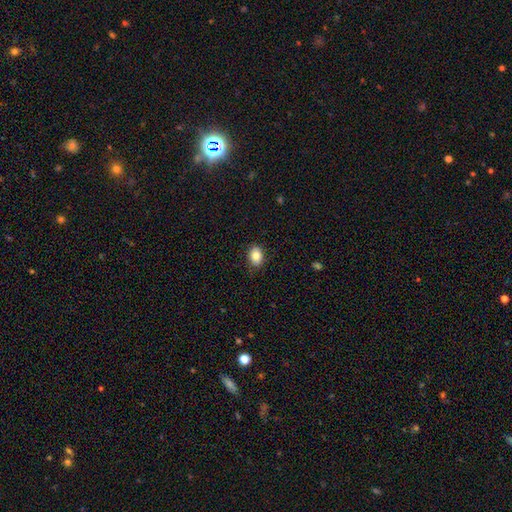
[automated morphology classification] smooth_or_featured: smooth (p=0.84) [alt: star or artifact p=0.08]
how_rounded: in between (p=0.76) [alt: round p=0.23]
merging: none (p=0.84) [alt: minor disturbance p=0.12]